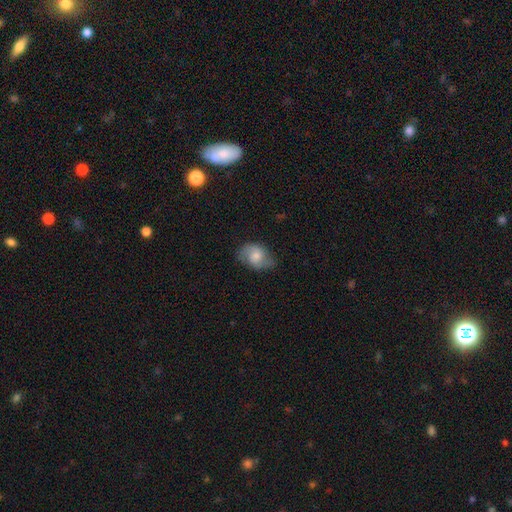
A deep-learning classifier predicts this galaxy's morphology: Smooth or featured?
  - smooth: 53% *
  - featured or disk: 39%
  - star or artifact: 8%
How rounded?
  - in between: 75% *
  - round: 23%
  - cigar-shaped: 1%
Merging?
  - none: 66% *
  - minor disturbance: 25%
  - major disturbance: 8%
  - merger: 1%